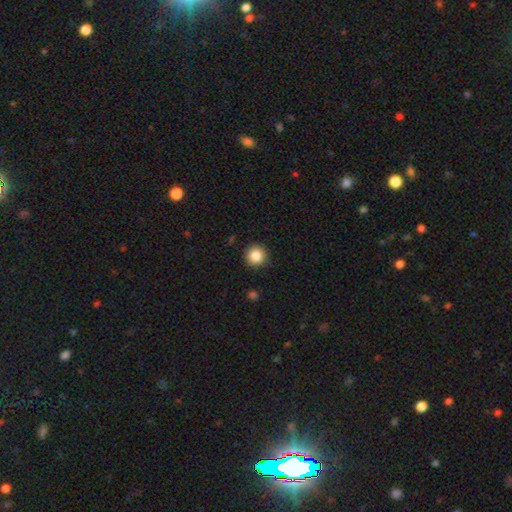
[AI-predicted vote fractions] The model was most divided on "smooth or featured": smooth: 86%, star or artifact: 10%, featured or disk: 5%. More confident: how rounded — round (95%); merging — none (91%).